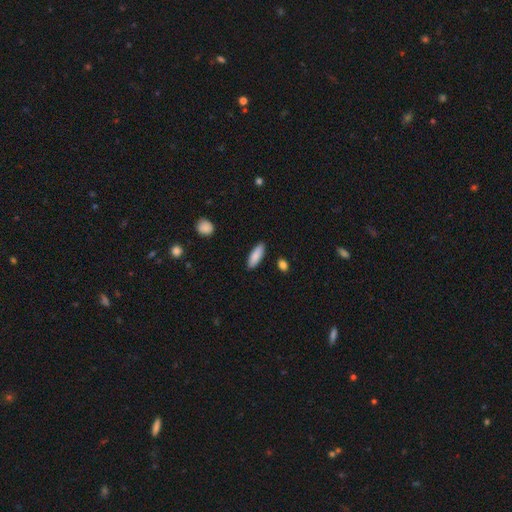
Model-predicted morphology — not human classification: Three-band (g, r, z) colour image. It shows a smooth galaxy with no disk features (88%) that is in between round and cigar-shaped (61%). Merging: none (89%).